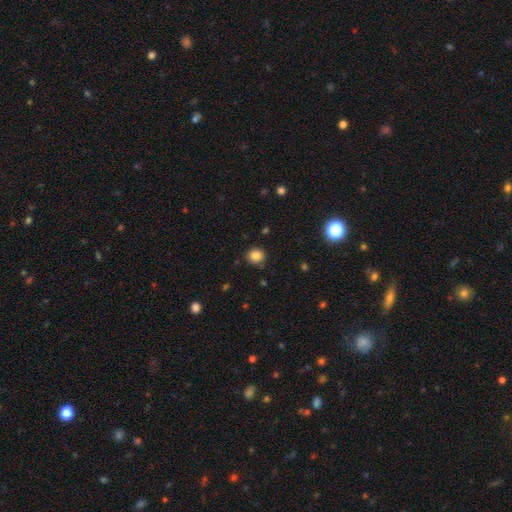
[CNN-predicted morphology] A smooth galaxy with no disk features (84%) that is round (86%).

Vote fractions:
- Smooth or featured? smooth: 84% / star or artifact: 11% / featured or disk: 4%
- How rounded? round: 86% / in between: 13% / cigar-shaped: 1%
- Merging? none: 88% / minor disturbance: 8% / major disturbance: 2% / merger: 2%